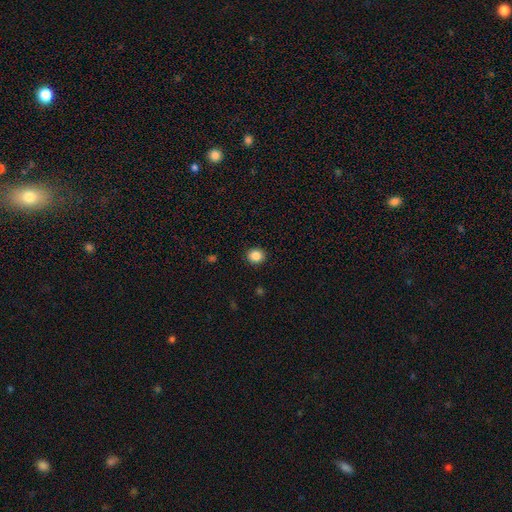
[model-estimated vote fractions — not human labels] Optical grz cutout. It shows a smooth galaxy with no disk features (86%) that is round (85%). Merging: none (91%).